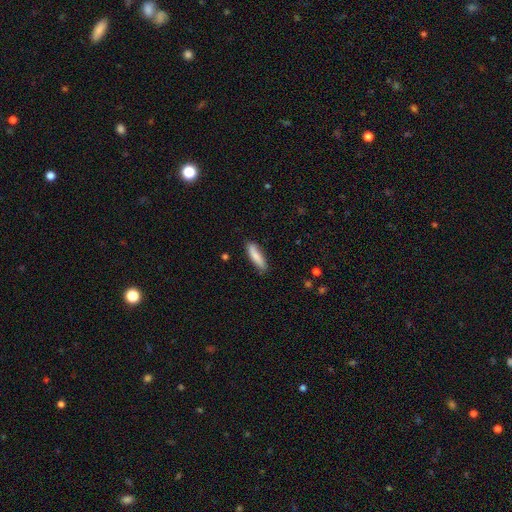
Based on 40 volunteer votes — Smooth or featured?
  - smooth: 85% *
  - featured or disk: 10%
  - star or artifact: 5%
How rounded?
  - cigar-shaped: 71% *
  - in between: 29%
  - round: 0%
Merging?
  - none: 92% *
  - minor disturbance: 8%
  - major disturbance: 0%
  - merger: 0%